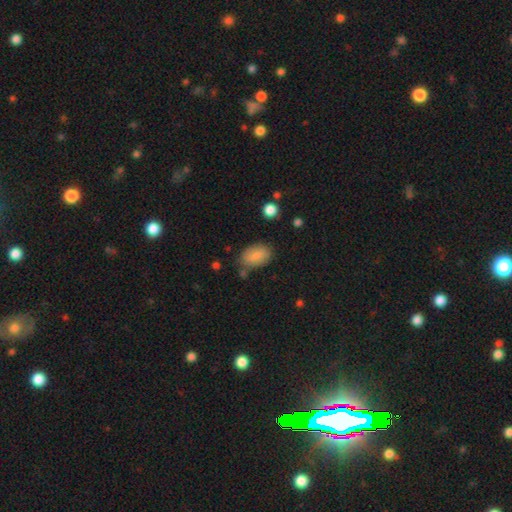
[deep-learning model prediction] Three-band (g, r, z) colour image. It shows a smooth galaxy with no disk features (84%) that is in between round and cigar-shaped (90%). Merging: none (73%).